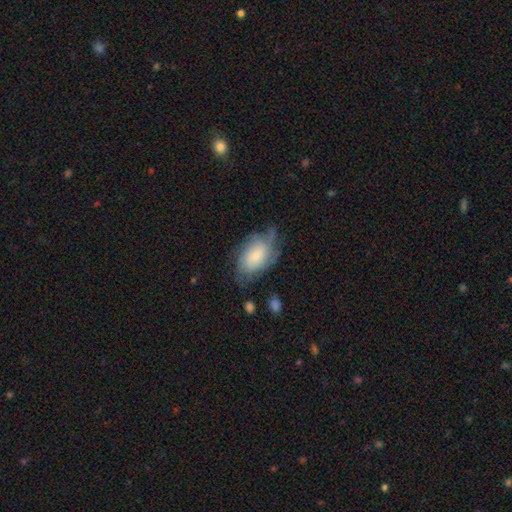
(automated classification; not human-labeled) This appears to be a smooth galaxy with no disk features (51%) that is in between round and cigar-shaped (90%). Merging: none (51%).